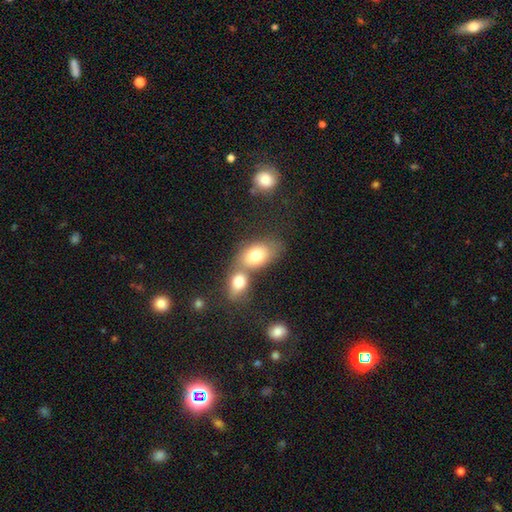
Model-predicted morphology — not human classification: A smooth galaxy with no disk features (76%) that is in between round and cigar-shaped (81%).

Vote fractions:
- Smooth or featured? smooth: 76% / featured or disk: 15% / star or artifact: 9%
- How rounded? in between: 81% / round: 17% / cigar-shaped: 2%
- Merging? merger: 52% / none: 34% / minor disturbance: 10% / major disturbance: 4%